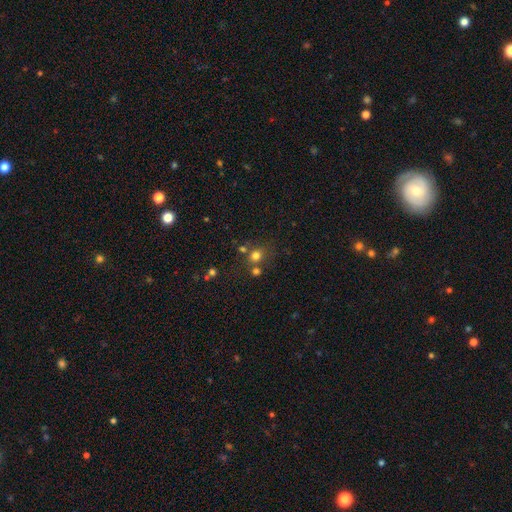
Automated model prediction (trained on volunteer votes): Smooth or featured: smooth — 73% (star or artifact — 18%)
How rounded: round — 77% (in between — 22%)
Merging: none — 62% (merger — 23%)